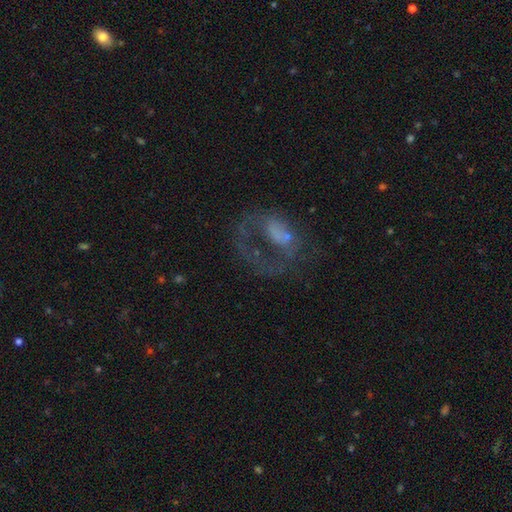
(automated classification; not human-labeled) Morphology: type=featured or disk (59%); edge-on=no (96%); bar=no (67%); spiral arms=no (51%); bulge=none (39%); merging=none (43%).